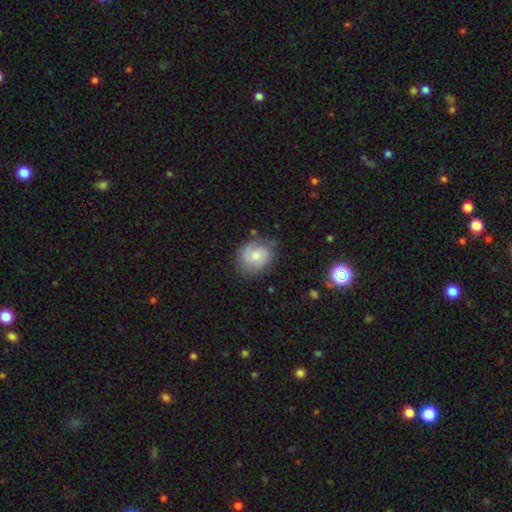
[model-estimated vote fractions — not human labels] Q: Smooth or featured?
A: featured or disk (48%); runner-up: smooth (44%)
Q: Merging?
A: none (66%); runner-up: minor disturbance (24%)